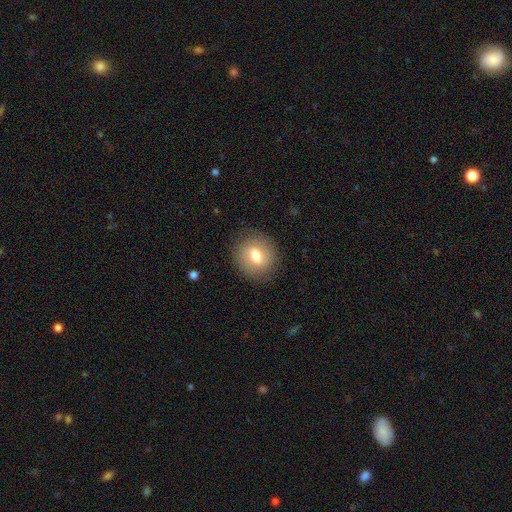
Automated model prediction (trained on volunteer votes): Smooth or featured?
  - smooth: 72% *
  - featured or disk: 20%
  - star or artifact: 8%
How rounded?
  - round: 81% *
  - in between: 18%
  - cigar-shaped: 1%
Merging?
  - none: 85% *
  - minor disturbance: 10%
  - major disturbance: 4%
  - merger: 1%